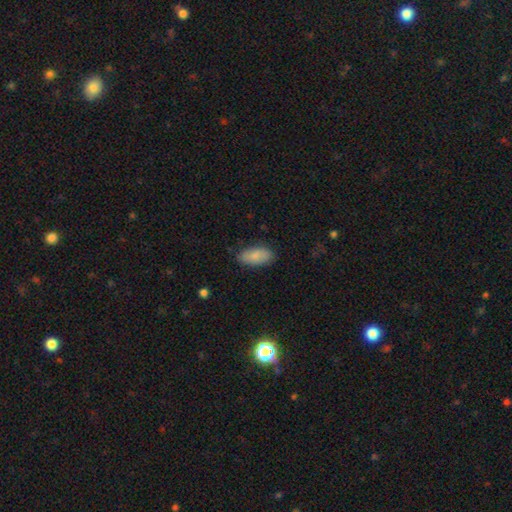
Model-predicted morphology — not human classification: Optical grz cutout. It shows a smooth galaxy with no disk features (85%) that is in between round and cigar-shaped (91%). Merging: none (82%).